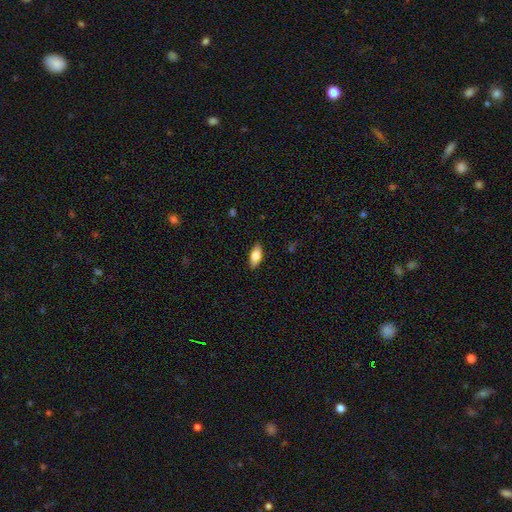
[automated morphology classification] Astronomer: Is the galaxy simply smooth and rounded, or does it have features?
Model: smooth — 77%.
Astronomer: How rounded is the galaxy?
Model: in between — 84%.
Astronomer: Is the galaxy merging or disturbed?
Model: none — 87%.